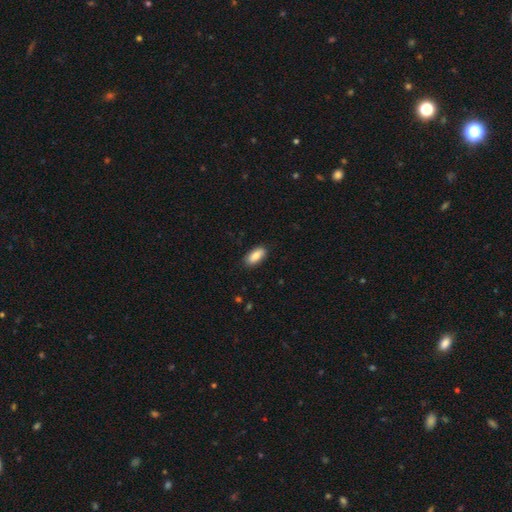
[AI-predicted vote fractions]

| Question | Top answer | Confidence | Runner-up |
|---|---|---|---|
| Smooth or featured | smooth | 86% | featured or disk (8%) |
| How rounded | in between | 89% | cigar-shaped (8%) |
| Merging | none | 87% | minor disturbance (10%) |